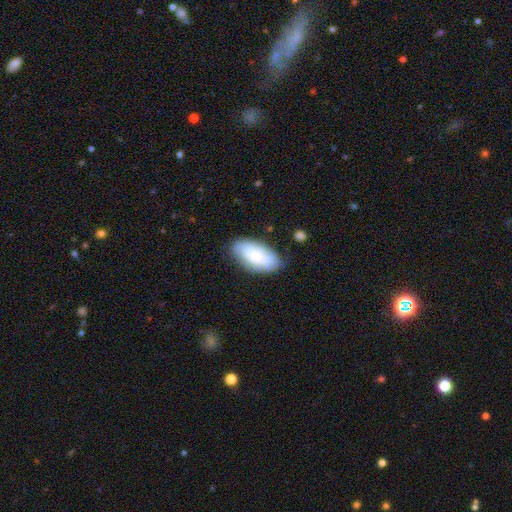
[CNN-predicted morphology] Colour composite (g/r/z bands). It shows a smooth galaxy with no disk features (66%) that is in between round and cigar-shaped (93%). Merging: none (72%).